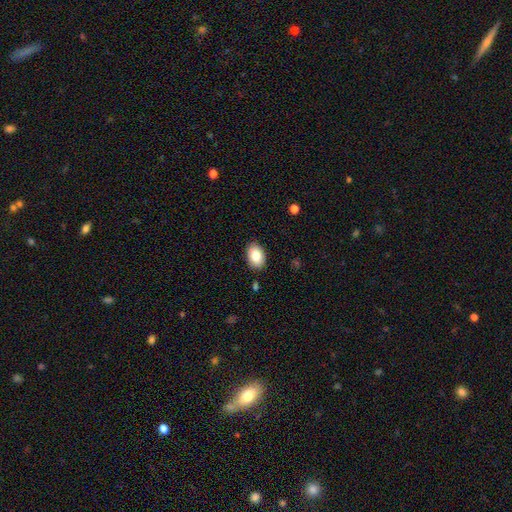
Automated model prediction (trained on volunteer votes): This appears to be a smooth galaxy with no disk features (82%) that is in between round and cigar-shaped (85%). Merging: none (86%).